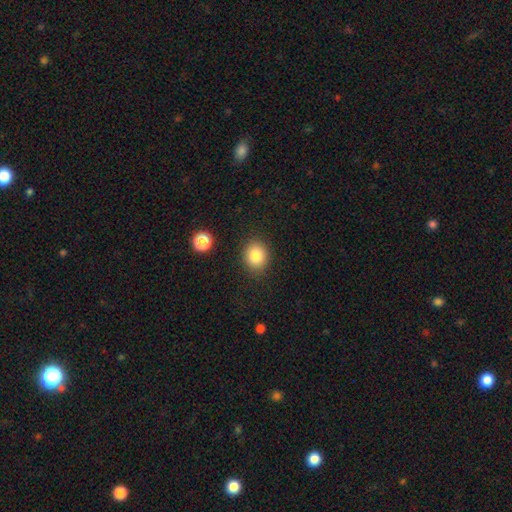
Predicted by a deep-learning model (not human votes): This is clearly a smooth galaxy (83%). How rounded: likely round (70%). Merging: clearly none (88%).